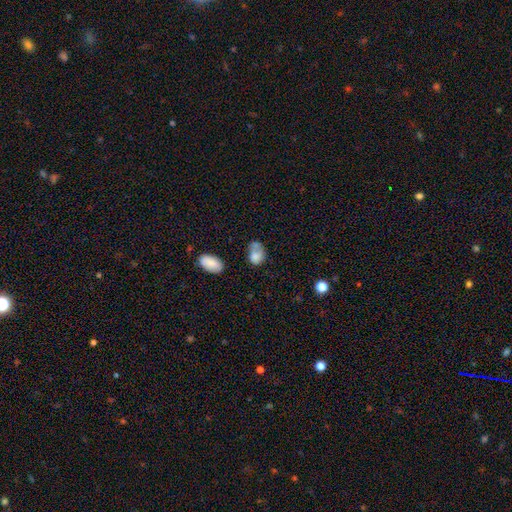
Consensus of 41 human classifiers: smooth_or_featured: smooth (p=0.78) [alt: featured or disk p=0.15]
how_rounded: in between (p=0.88) [alt: round p=0.12]
merging: none (p=0.37) [tied with: minor disturbance p=0.37]